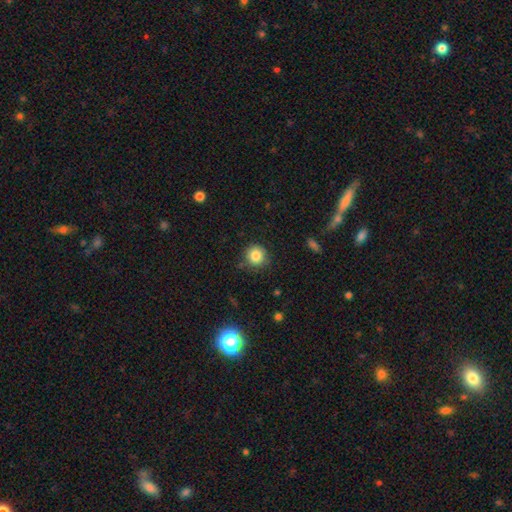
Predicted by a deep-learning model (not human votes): Q: Smooth or featured?
A: smooth (84%); runner-up: star or artifact (10%)
Q: How rounded?
A: round (92%); runner-up: in between (7%)
Q: Merging?
A: none (83%); runner-up: minor disturbance (12%)